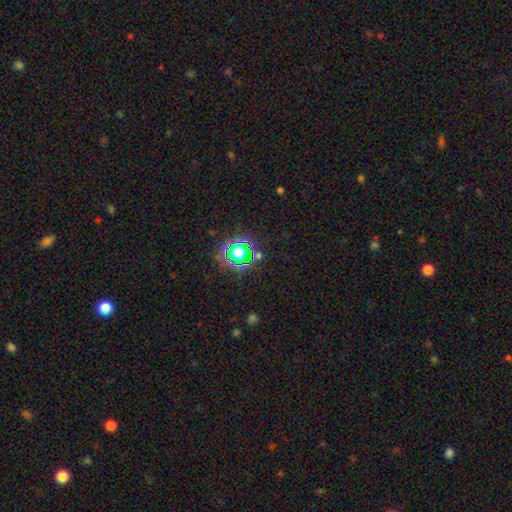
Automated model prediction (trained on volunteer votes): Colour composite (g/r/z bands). It shows a star or artifact, not a galaxy (65%).